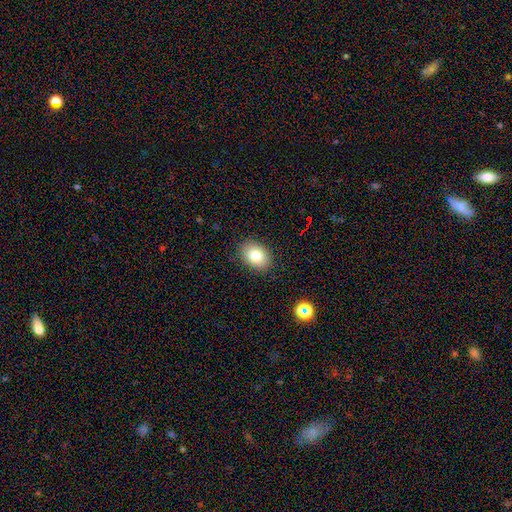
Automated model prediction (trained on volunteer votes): The model was most divided on "how rounded": in between: 73%, round: 26%, cigar-shaped: 1%. More confident: merging — none (87%); smooth or featured — smooth (81%).